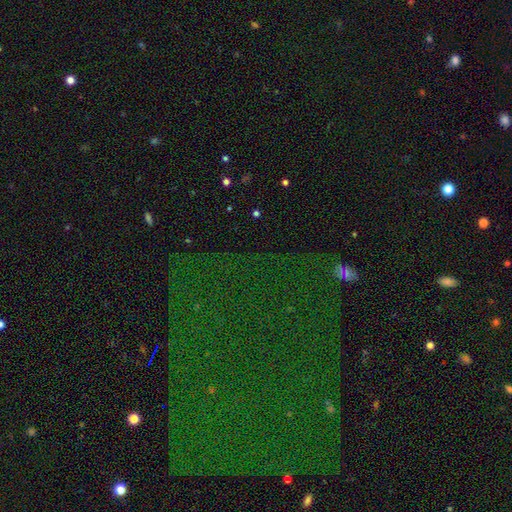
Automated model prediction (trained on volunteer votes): Smooth or featured: star or artifact — 83% (smooth — 10%)